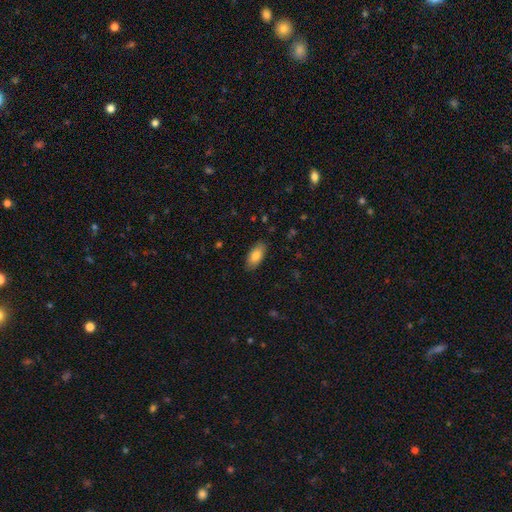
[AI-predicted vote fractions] Smooth or featured? Predicted: smooth (p=0.83). How rounded? Predicted: in between (p=0.89). Merging? Predicted: none (p=0.86).